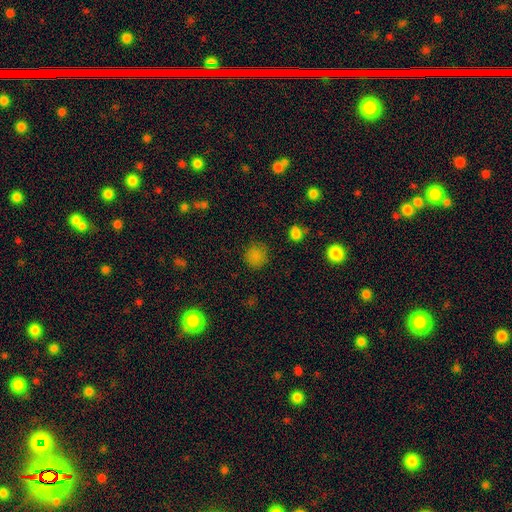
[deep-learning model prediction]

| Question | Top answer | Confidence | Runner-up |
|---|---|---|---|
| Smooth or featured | smooth | 80% | star or artifact (16%) |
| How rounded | round | 90% | in between (9%) |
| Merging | none | 84% | minor disturbance (11%) |